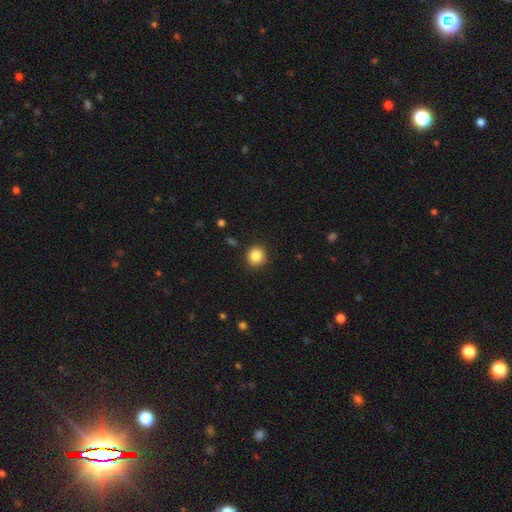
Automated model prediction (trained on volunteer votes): This is clearly a smooth galaxy (86%). How rounded: clearly round (87%). Merging: clearly none (89%).